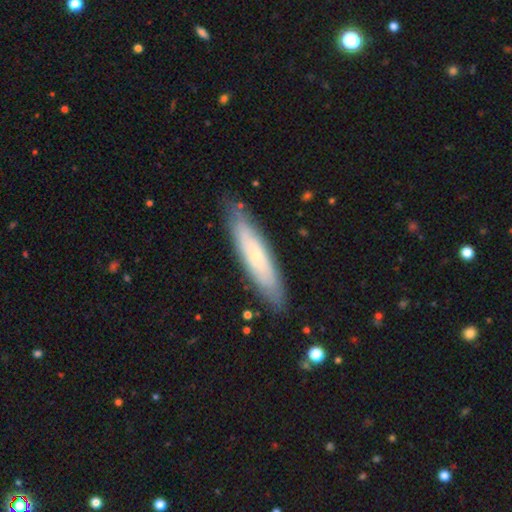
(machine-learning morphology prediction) Smooth or featured: smooth — 48% (featured or disk — 45%)
Merging: none — 84% (minor disturbance — 12%)